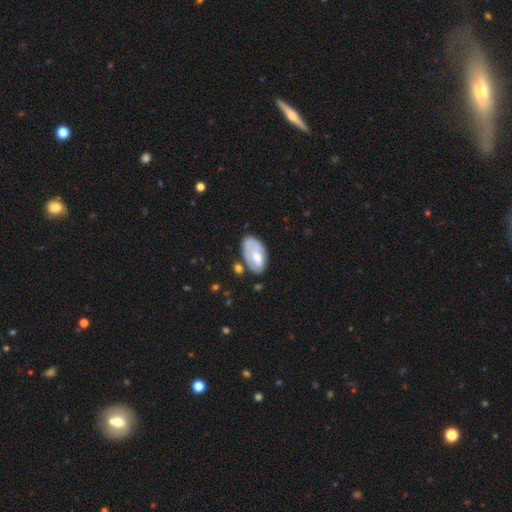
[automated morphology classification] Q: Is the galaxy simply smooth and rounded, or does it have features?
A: smooth — 58%.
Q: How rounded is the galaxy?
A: in between — 94%.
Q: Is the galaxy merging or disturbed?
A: none — 51%.